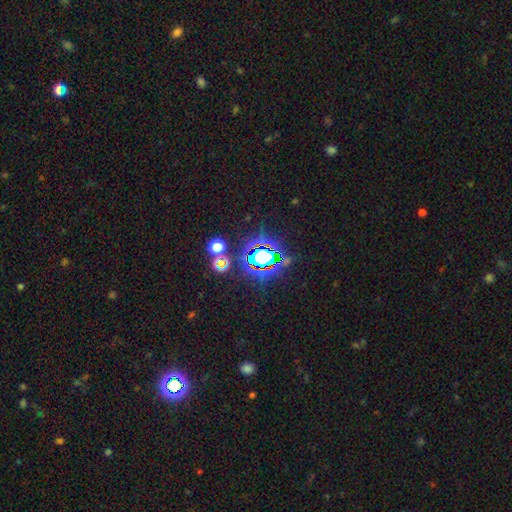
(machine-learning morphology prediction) smooth_or_featured: star or artifact (p=0.69) [alt: smooth p=0.19]